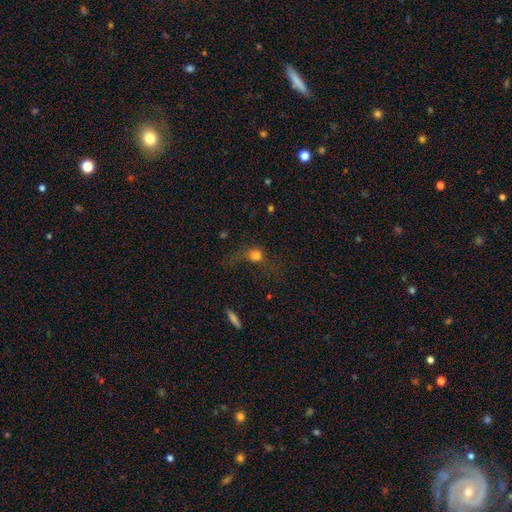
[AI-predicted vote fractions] Overall: smooth (70%). How rounded: round (78%). Merging: none (46%; major disturbance 31%).